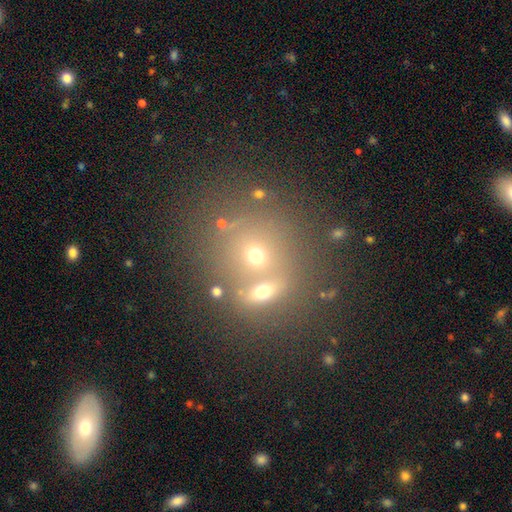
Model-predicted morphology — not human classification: smooth 49%, star or artifact 30%, featured or disk 21%. Down the decision tree: merging — merger (45%).